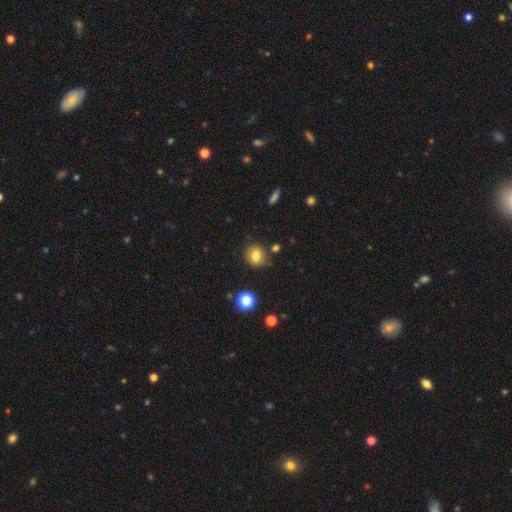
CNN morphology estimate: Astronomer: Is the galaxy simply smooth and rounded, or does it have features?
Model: smooth — 79%.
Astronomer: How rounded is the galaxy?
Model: round — 75%.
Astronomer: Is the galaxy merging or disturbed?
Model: none — 82%.